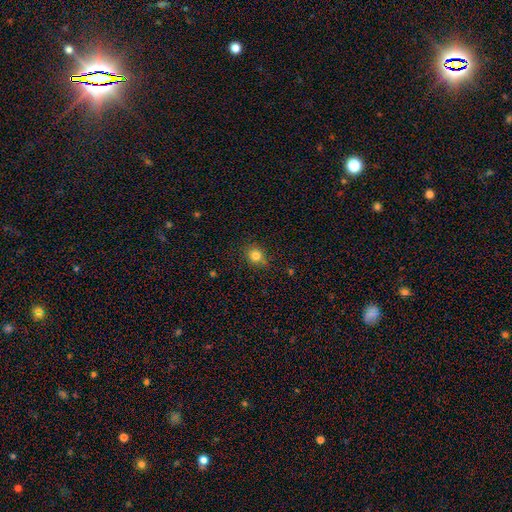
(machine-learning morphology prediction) This is clearly a smooth galaxy (81%). How rounded: likely round (76%). Merging: clearly none (81%).